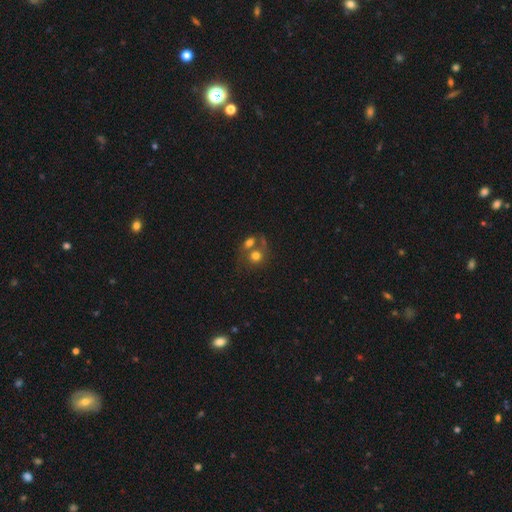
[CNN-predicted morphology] A smooth galaxy with no disk features (64%) that is round (73%). Merging: merger (58%).